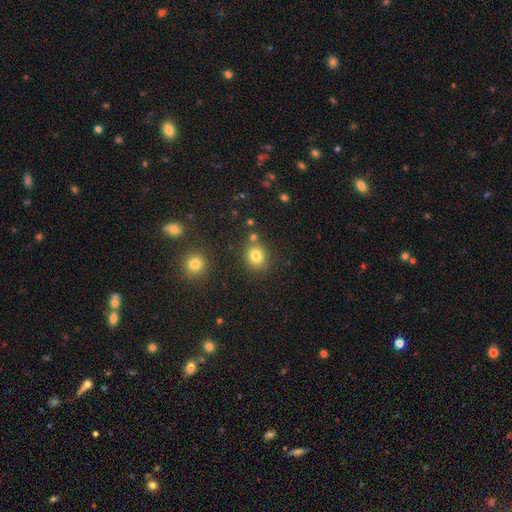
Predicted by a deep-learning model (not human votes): Smooth or featured?
  - smooth: 81% *
  - star or artifact: 13%
  - featured or disk: 6%
How rounded?
  - round: 79% *
  - in between: 20%
  - cigar-shaped: 1%
Merging?
  - none: 79% *
  - minor disturbance: 10%
  - merger: 8%
  - major disturbance: 3%